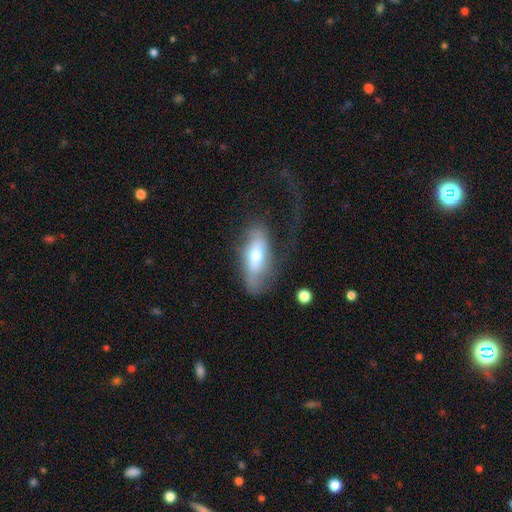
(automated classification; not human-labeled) Smooth or featured? smooth (54%)
How rounded? in between (77%)
Merging? major disturbance (43%)